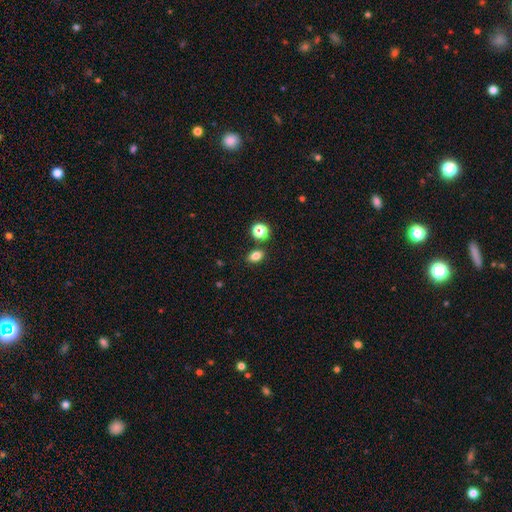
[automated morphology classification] smooth_or_featured: smooth (p=0.82) [alt: star or artifact p=0.12]
how_rounded: in between (p=0.74) [alt: round p=0.24]
merging: none (p=0.80) [alt: minor disturbance p=0.10]